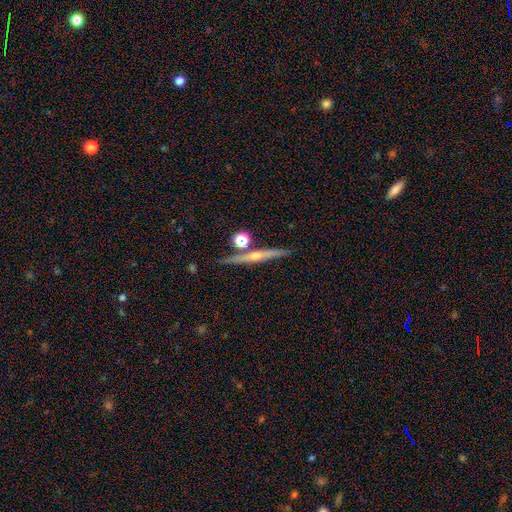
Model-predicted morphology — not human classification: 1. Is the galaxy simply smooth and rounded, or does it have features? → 68% featured or disk, 24% smooth, 8% star or artifact.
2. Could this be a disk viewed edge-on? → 96% yes, 4% no.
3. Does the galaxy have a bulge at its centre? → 83% rounded, 13% none, 4% boxy.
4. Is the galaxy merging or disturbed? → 79% none, 9% minor disturbance, 9% merger, 3% major disturbance.